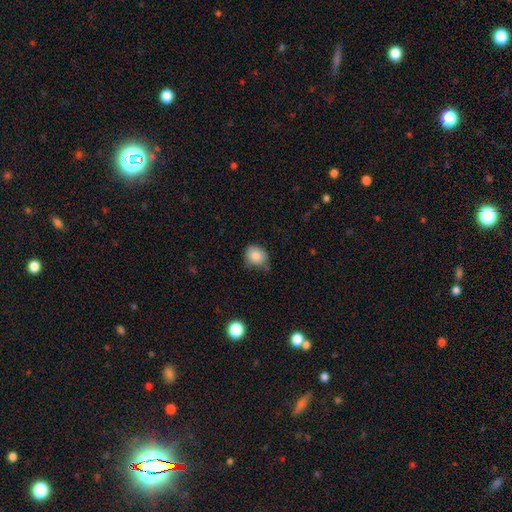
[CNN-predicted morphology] smooth_or_featured: smooth (p=0.85) [alt: star or artifact p=0.09]
how_rounded: round (p=0.66) [alt: in between p=0.33]
merging: none (p=0.59) [alt: minor disturbance p=0.32]